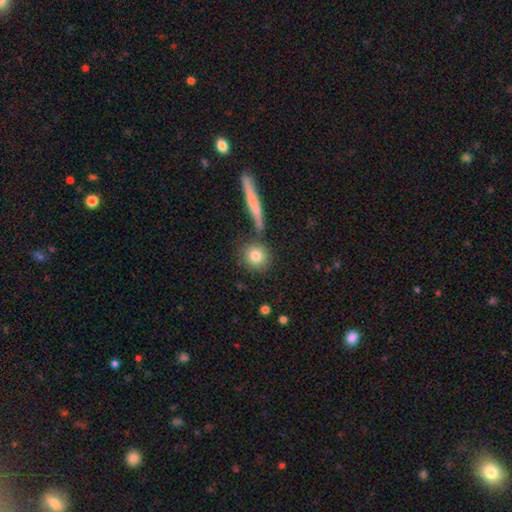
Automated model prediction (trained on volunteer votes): A smooth galaxy with no disk features (80%) that is round (86%).

Vote fractions:
- Smooth or featured? smooth: 80% / featured or disk: 11% / star or artifact: 9%
- How rounded? round: 86% / in between: 11% / cigar-shaped: 3%
- Merging? none: 76% / merger: 11% / minor disturbance: 10% / major disturbance: 3%